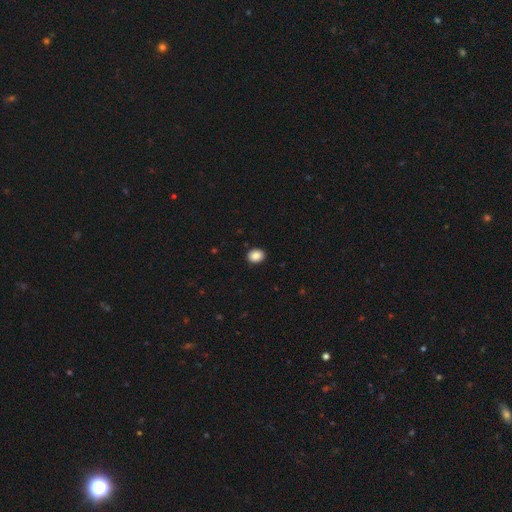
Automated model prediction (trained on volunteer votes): Smooth or featured? Predicted: smooth (p=0.88). How rounded? Predicted: round (p=0.50). Merging? Predicted: none (p=0.91).